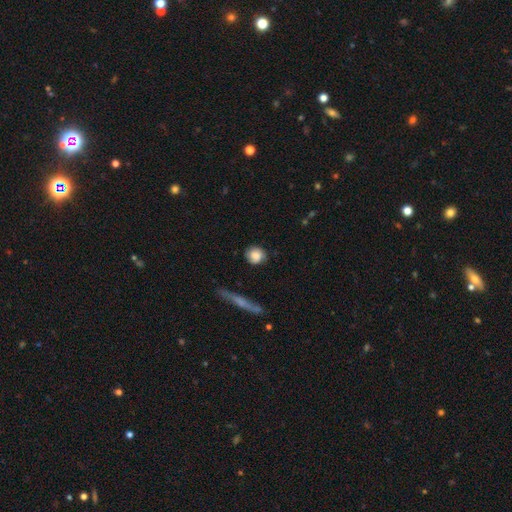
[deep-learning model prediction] Morphology: type=smooth (78%); roundness=round (84%); merging=none (74%).